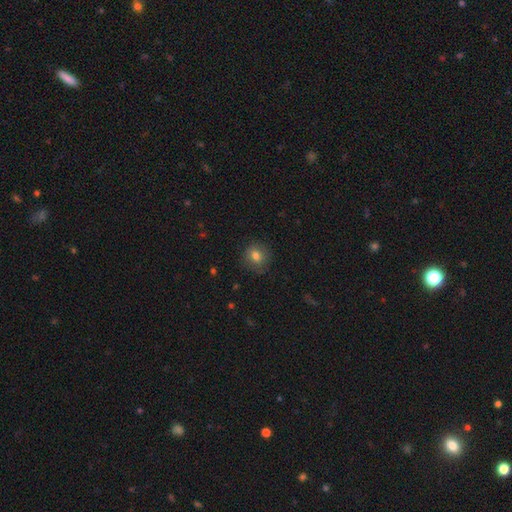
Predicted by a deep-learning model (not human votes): smooth 77%, star or artifact 11%, featured or disk 11%. Down the decision tree: how rounded — round (85%); merging — none (84%).